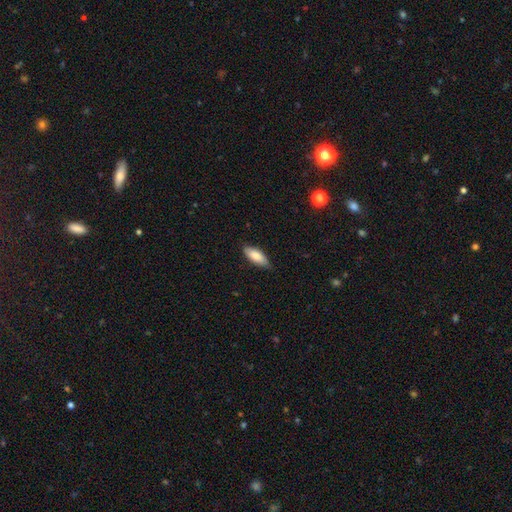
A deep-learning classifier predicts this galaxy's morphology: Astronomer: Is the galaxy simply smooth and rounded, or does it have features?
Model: smooth — 84%.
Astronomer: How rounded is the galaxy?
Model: in between — 77%.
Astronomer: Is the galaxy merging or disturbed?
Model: none — 77%.